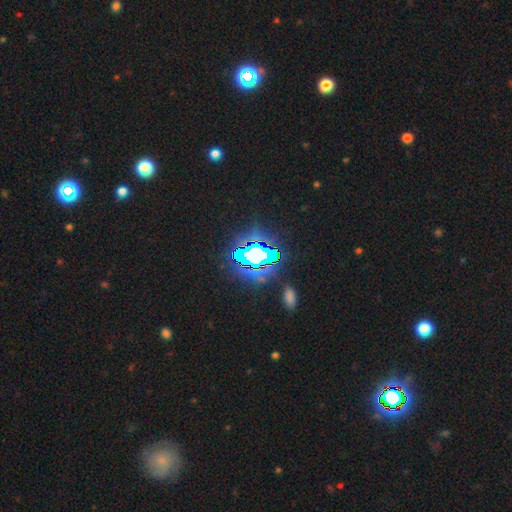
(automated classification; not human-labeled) star or artifact 68%, smooth 18%, featured or disk 15%.